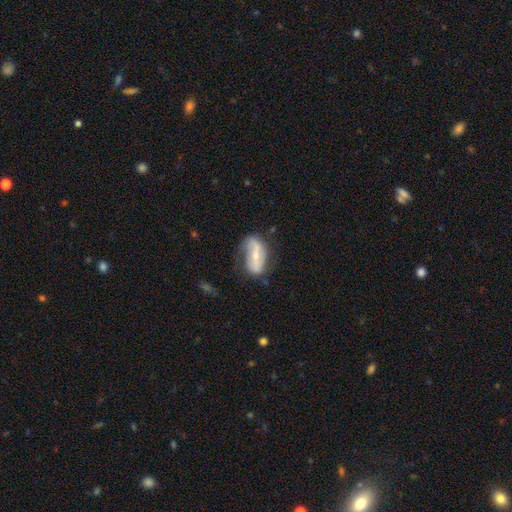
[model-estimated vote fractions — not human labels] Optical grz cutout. It shows a featured or disk galaxy (66%) with a strong bar (49%), spiral arms (73%) and a small central bulge (55%). Merging: none (60%).